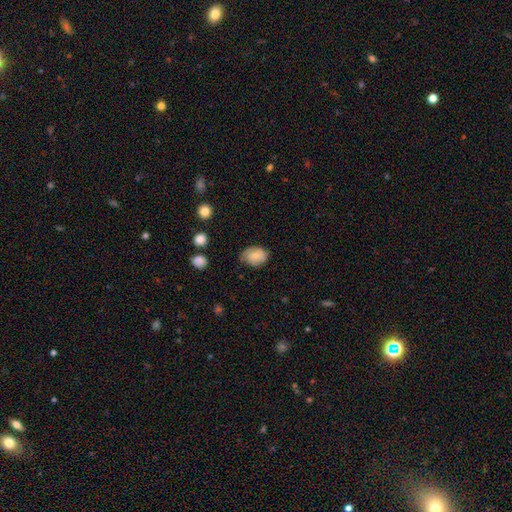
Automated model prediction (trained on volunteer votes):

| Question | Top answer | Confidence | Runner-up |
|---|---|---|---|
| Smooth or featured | smooth | 69% | featured or disk (23%) |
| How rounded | in between | 69% | round (30%) |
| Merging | none | 64% | minor disturbance (28%) |